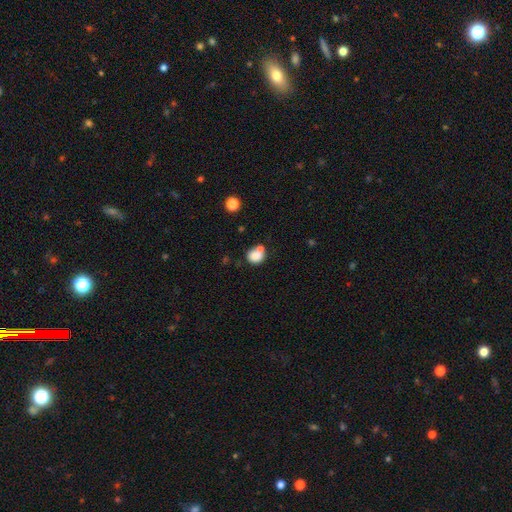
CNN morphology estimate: type=smooth (80%); roundness=round (69%); merging=none (45%).